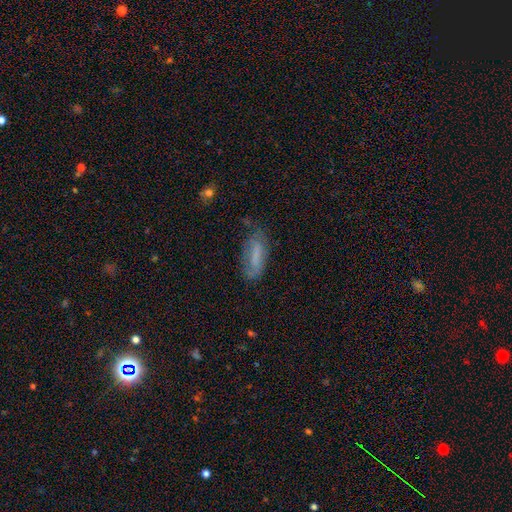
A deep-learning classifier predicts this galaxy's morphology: smooth_or_featured: smooth (p=0.62) [alt: featured or disk p=0.29]
how_rounded: in between (p=0.63) [alt: cigar-shaped p=0.35]
merging: none (p=0.62) [alt: minor disturbance p=0.26]